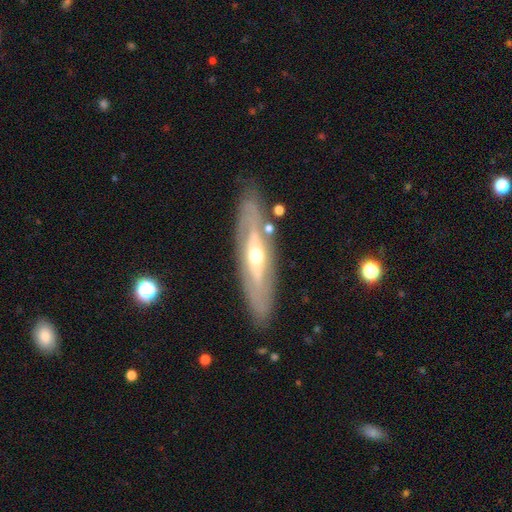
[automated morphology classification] smooth_or_featured: featured or disk (p=0.73) [alt: smooth p=0.22]
disk_edge_on: no (p=0.58) [alt: yes p=0.42]
merging: none (p=0.83) [alt: minor disturbance p=0.11]